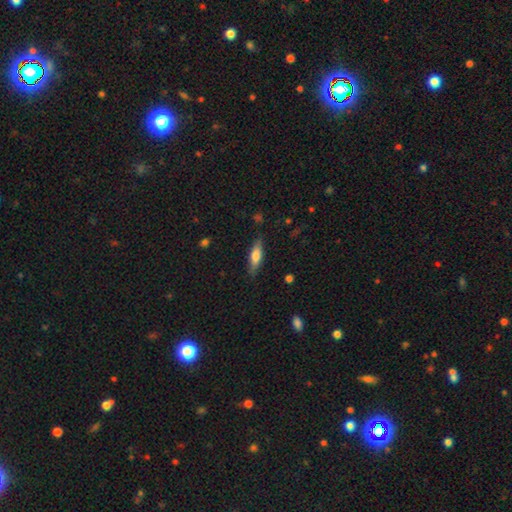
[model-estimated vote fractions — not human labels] The model was most divided on "how rounded": cigar-shaped: 56%, in between: 42%, round: 2%. More confident: merging — none (83%); smooth or featured — smooth (65%).